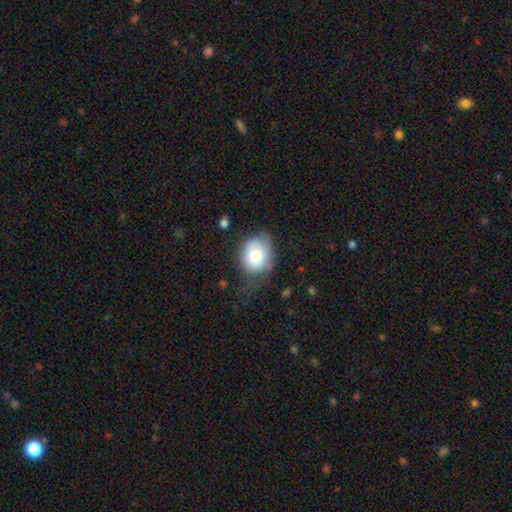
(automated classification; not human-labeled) Smooth or featured?
  - smooth: 74% *
  - featured or disk: 17%
  - star or artifact: 9%
How rounded?
  - round: 57% *
  - in between: 42%
  - cigar-shaped: 1%
Merging?
  - none: 55% *
  - minor disturbance: 30%
  - major disturbance: 12%
  - merger: 2%